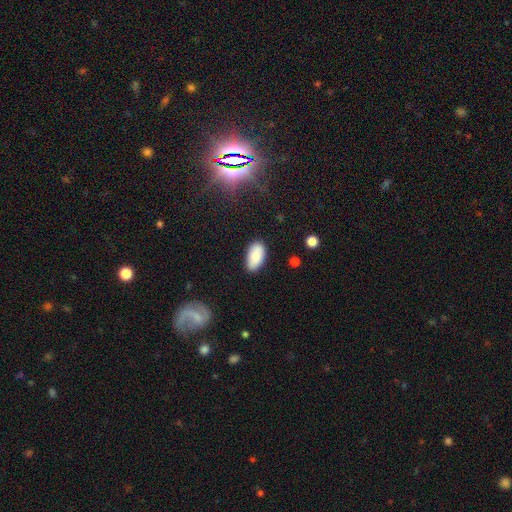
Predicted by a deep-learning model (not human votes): Q: Smooth or featured?
A: smooth (85%); runner-up: featured or disk (8%)
Q: How rounded?
A: in between (94%); runner-up: round (3%)
Q: Merging?
A: none (82%); runner-up: minor disturbance (14%)